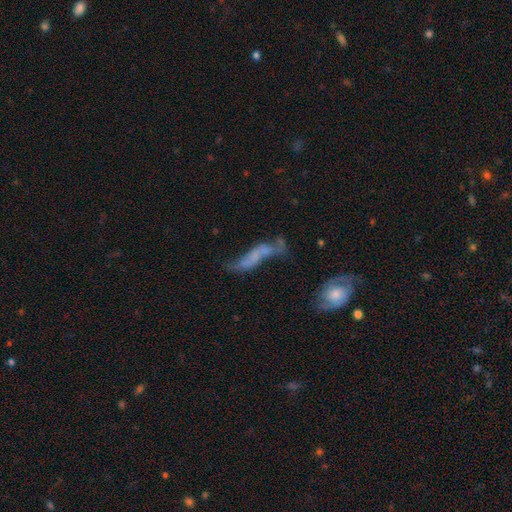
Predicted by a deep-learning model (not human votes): The model was most divided on "merging": none: 29%, major disturbance: 28%, merger: 24%, minor disturbance: 19%. Remaining: smooth or featured — featured or disk (48%).